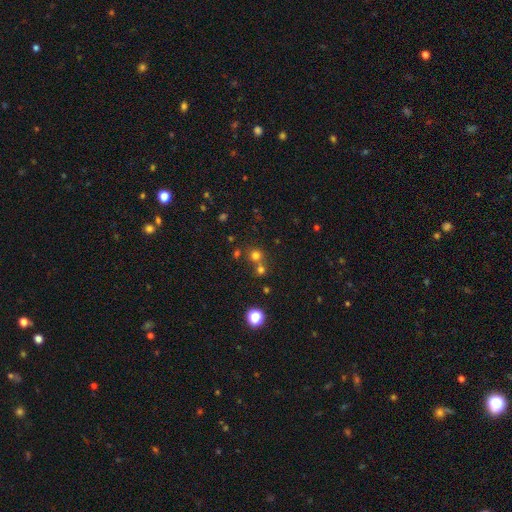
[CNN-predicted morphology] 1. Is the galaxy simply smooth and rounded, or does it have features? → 68% smooth, 24% star or artifact, 8% featured or disk.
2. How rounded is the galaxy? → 90% round, 9% in between, 1% cigar-shaped.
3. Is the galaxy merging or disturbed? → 59% none, 32% merger, 6% minor disturbance, 3% major disturbance.